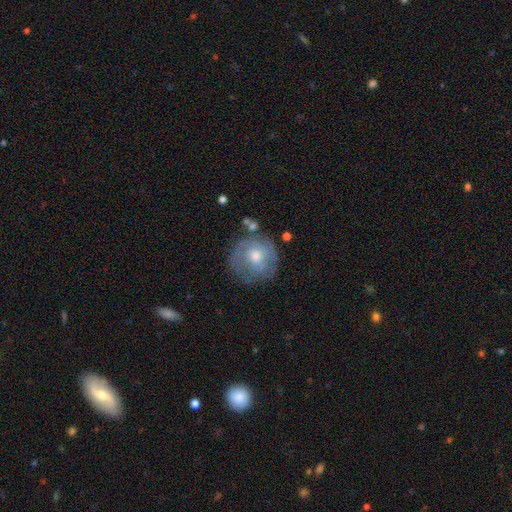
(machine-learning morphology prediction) smooth_or_featured: featured or disk (p=0.55) [alt: smooth p=0.37]
disk_edge_on: no (p=0.96) [alt: yes p=0.04]
bar: no (p=0.79) [alt: weak p=0.18]
has_spiral_arms: yes (p=0.61) [alt: no p=0.39]
bulge_size: moderate (p=0.71) [alt: small p=0.18]
merging: none (p=0.69) [alt: minor disturbance p=0.19]